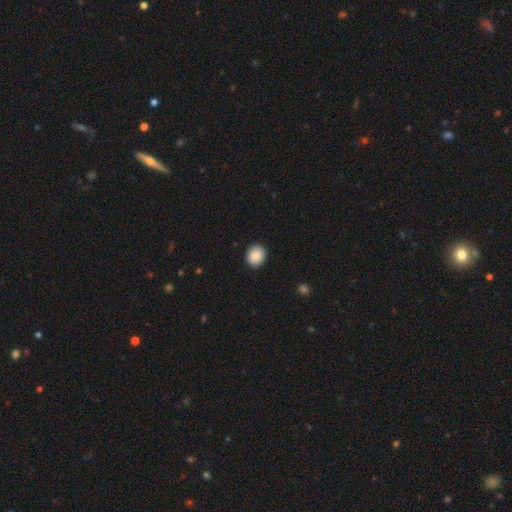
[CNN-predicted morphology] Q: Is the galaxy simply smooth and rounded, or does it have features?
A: smooth — 89%.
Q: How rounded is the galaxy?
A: round — 71%.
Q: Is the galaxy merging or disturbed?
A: none — 90%.